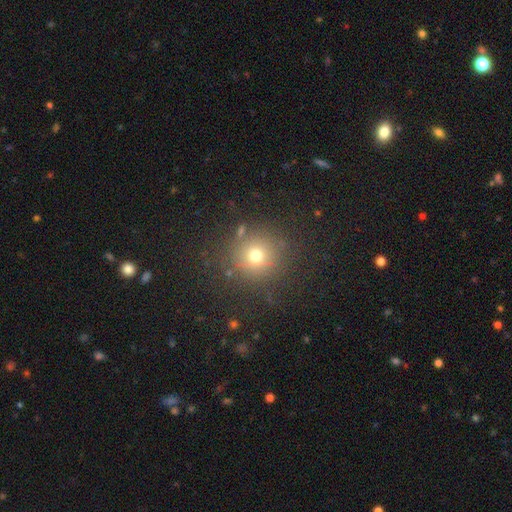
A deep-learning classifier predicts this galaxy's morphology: A smooth galaxy with no disk features (71%) that is round (92%).

Vote fractions:
- Smooth or featured? smooth: 71% / star or artifact: 19% / featured or disk: 10%
- How rounded? round: 92% / in between: 7% / cigar-shaped: 1%
- Merging? none: 84% / minor disturbance: 9% / major disturbance: 4% / merger: 3%